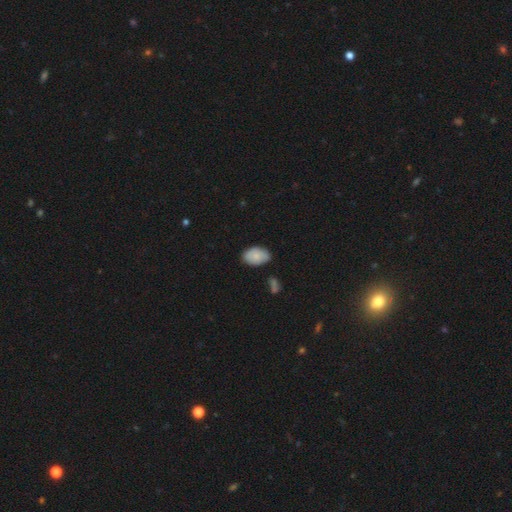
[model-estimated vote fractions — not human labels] Smooth or featured? smooth (83%)
How rounded? in between (90%)
Merging? none (78%)